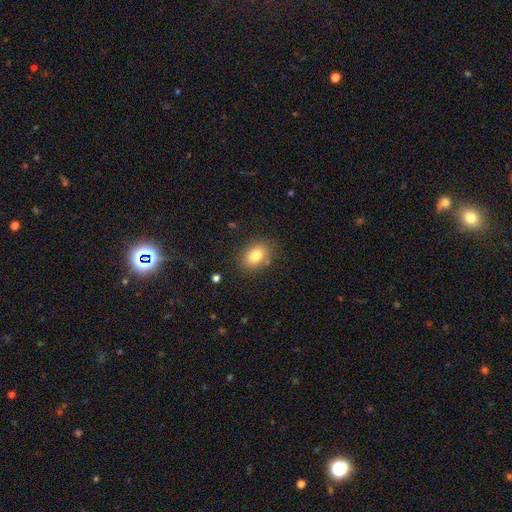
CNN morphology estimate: Smooth or featured? smooth (81%)
How rounded? in between (77%)
Merging? none (81%)